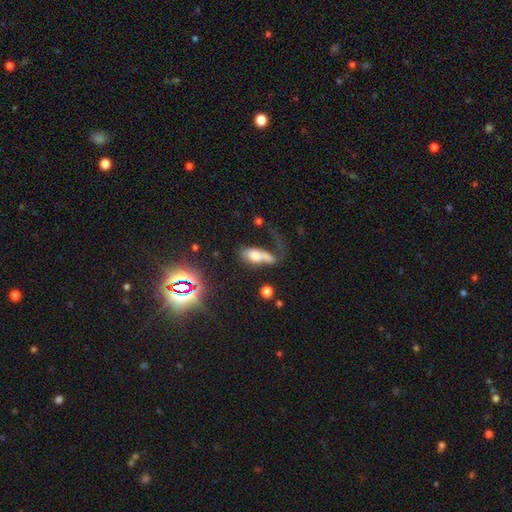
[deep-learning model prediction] Q: Smooth or featured?
A: smooth (62%); runner-up: featured or disk (25%)
Q: How rounded?
A: in between (79%); runner-up: cigar-shaped (14%)
Q: Merging?
A: major disturbance (33%); runner-up: merger (28%)